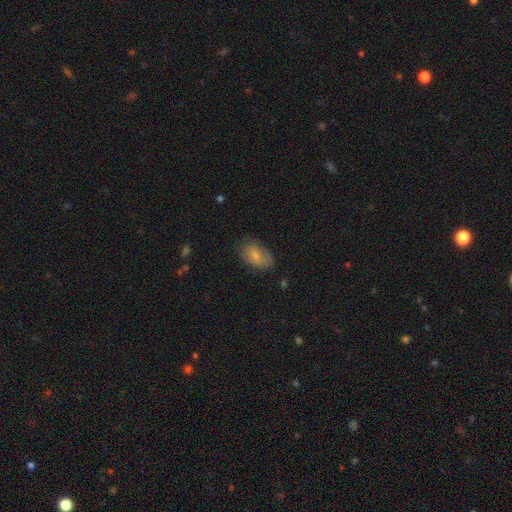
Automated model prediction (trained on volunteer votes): The model was most divided on "merging": none: 71%, minor disturbance: 22%, major disturbance: 6%, merger: 1%. More confident: how rounded — in between (92%); smooth or featured — smooth (76%).